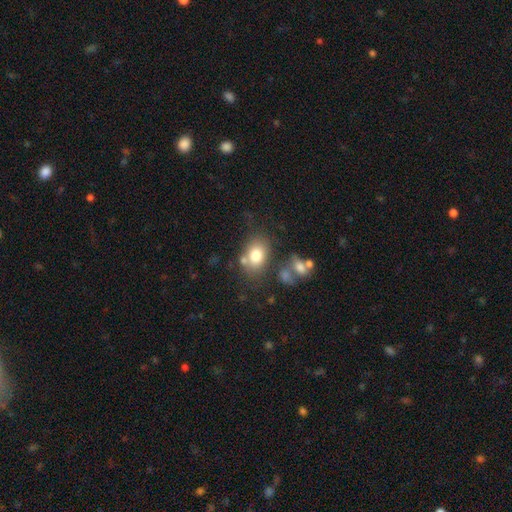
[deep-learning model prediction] Q: Smooth or featured?
A: smooth (77%); runner-up: featured or disk (13%)
Q: How rounded?
A: in between (69%); runner-up: round (30%)
Q: Merging?
A: none (63%); runner-up: minor disturbance (16%)